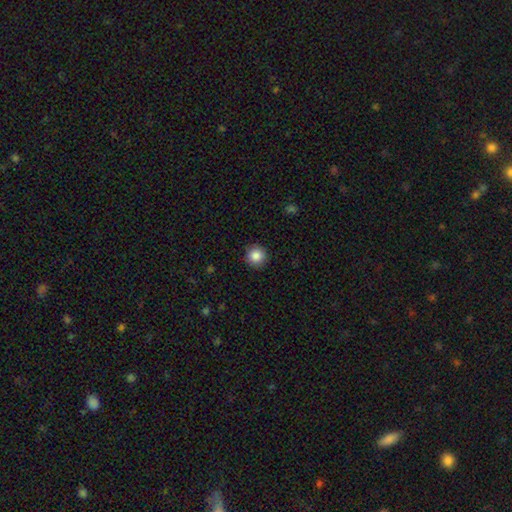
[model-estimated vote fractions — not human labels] The model was most divided on "smooth or featured": smooth: 86%, star or artifact: 9%, featured or disk: 4%. More confident: how rounded — round (95%); merging — none (91%).